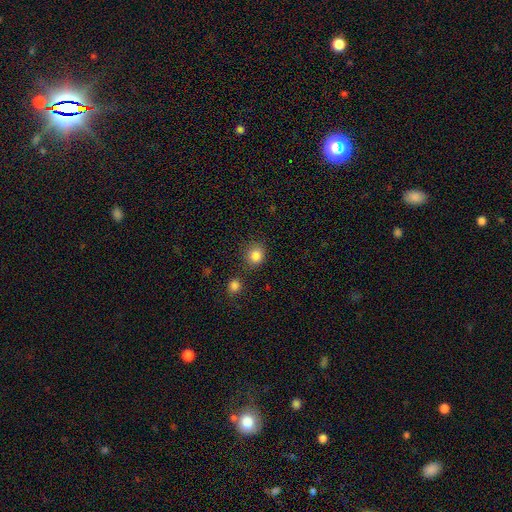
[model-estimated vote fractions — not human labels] Smooth or featured?
  - smooth: 85% *
  - star or artifact: 11%
  - featured or disk: 4%
How rounded?
  - round: 84% *
  - in between: 15%
  - cigar-shaped: 1%
Merging?
  - none: 79% *
  - minor disturbance: 11%
  - merger: 7%
  - major disturbance: 3%